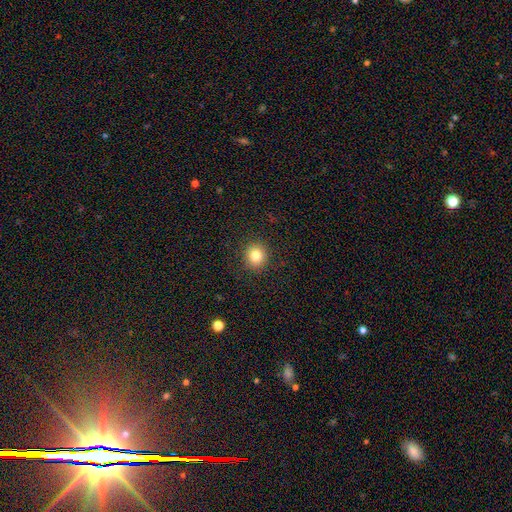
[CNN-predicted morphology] Smooth or featured? Predicted: smooth (p=0.82). How rounded? Predicted: round (p=0.86). Merging? Predicted: none (p=0.91).